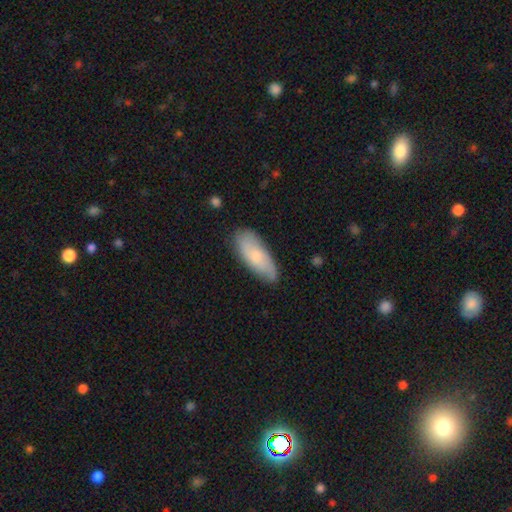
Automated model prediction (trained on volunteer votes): smooth 66%, featured or disk 28%, star or artifact 6%. Down the decision tree: how rounded — in between (76%); merging — none (76%).